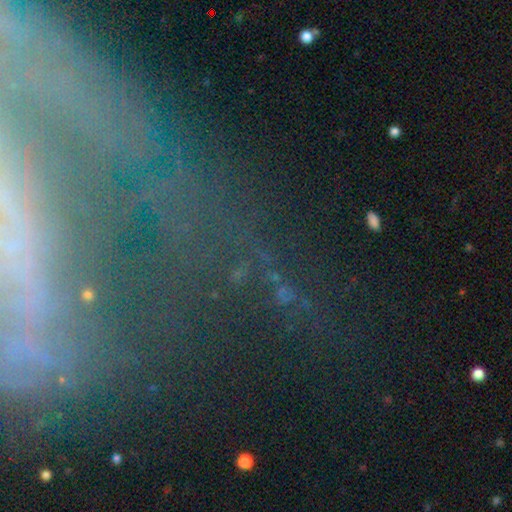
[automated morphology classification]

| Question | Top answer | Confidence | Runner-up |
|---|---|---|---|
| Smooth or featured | featured or disk | 46% | star or artifact (36%) |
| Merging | none | 61% | minor disturbance (15%) |